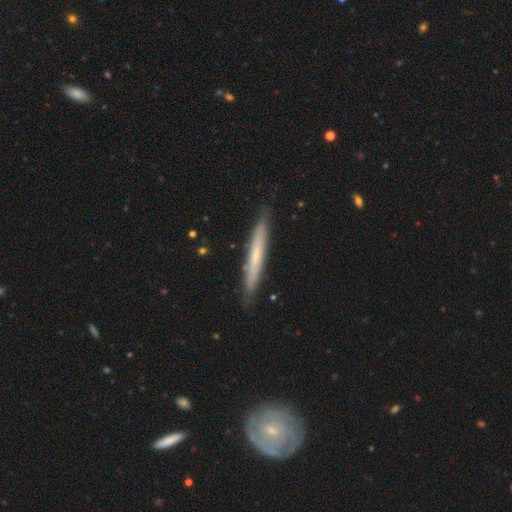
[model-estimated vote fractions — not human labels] Smooth or featured? smooth (48%)
Merging? none (88%)